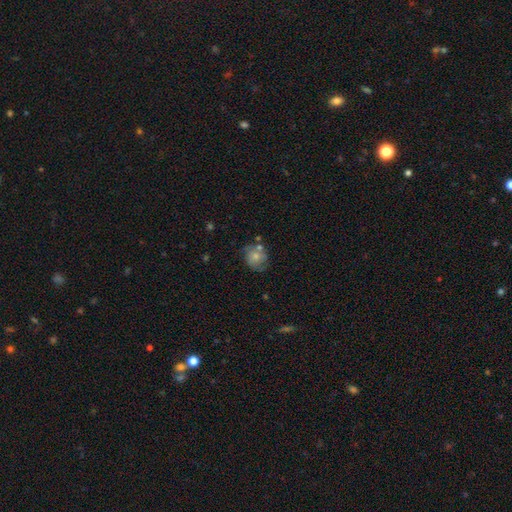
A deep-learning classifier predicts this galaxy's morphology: smooth-or-featured: smooth: 58% | featured or disk: 33% | star or artifact: 9%
  how-rounded: round: 69% | in between: 30% | cigar-shaped: 1%
  merging: none: 52% | minor disturbance: 25% | merger: 12% | major disturbance: 10%